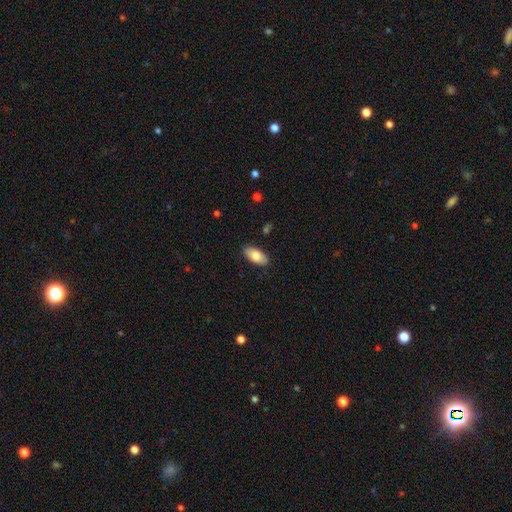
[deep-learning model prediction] The model was most divided on "smooth or featured": smooth: 78%, featured or disk: 16%, star or artifact: 6%. More confident: how rounded — in between (92%); merging — none (88%).